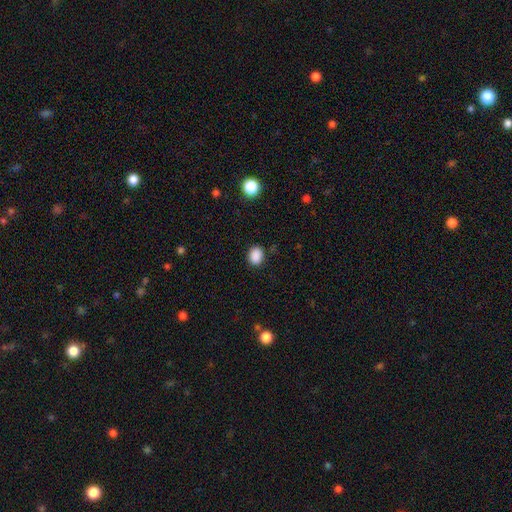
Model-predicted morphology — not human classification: Smooth or featured? Predicted: smooth (p=0.88). How rounded? Predicted: round (p=0.53). Merging? Predicted: none (p=0.87).